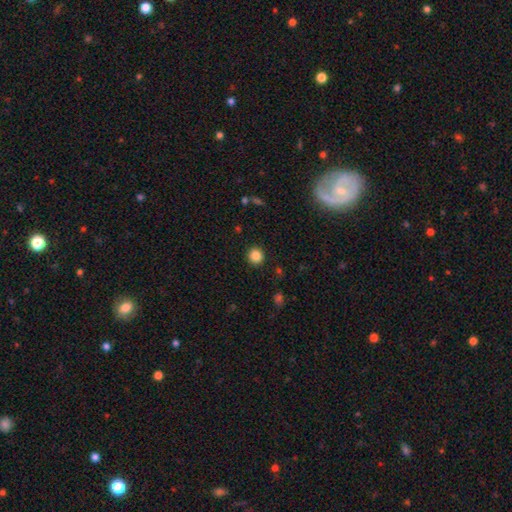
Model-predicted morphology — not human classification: This appears to be a smooth galaxy with no disk features (85%) that is round (92%). Merging: none (92%).